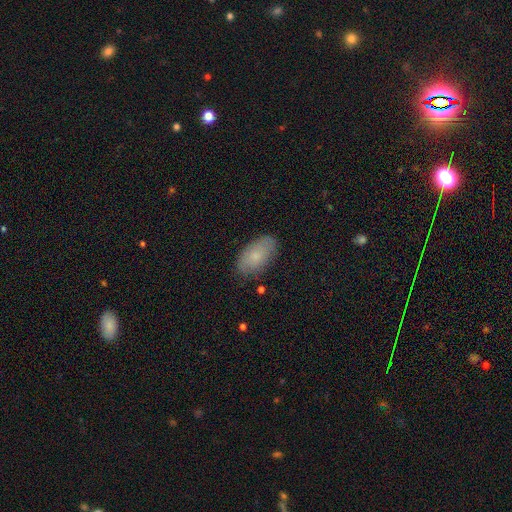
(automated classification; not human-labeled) Smooth or featured? smooth (78%)
How rounded? in between (94%)
Merging? none (81%)